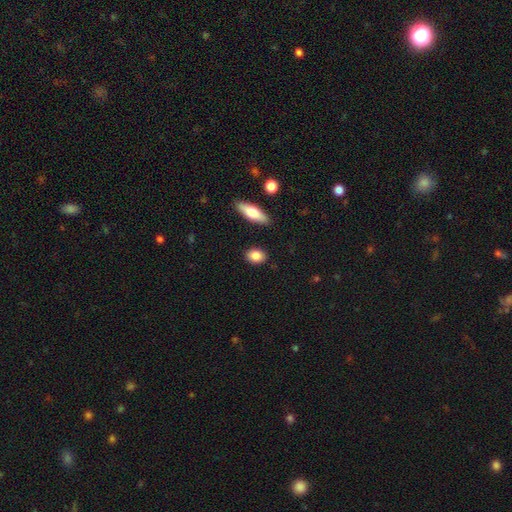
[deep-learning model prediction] This appears to be a smooth galaxy with no disk features (85%) that is in between round and cigar-shaped (65%). Merging: none (87%).